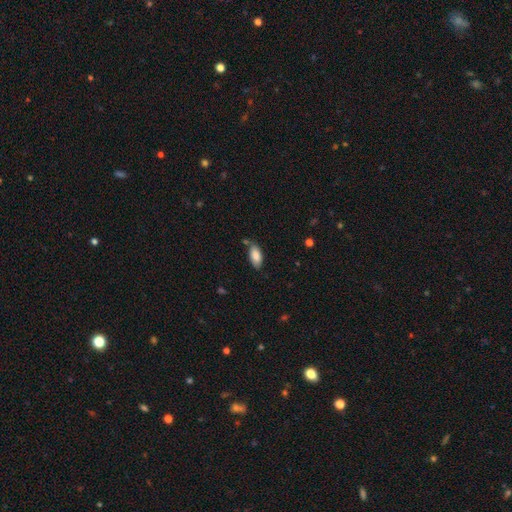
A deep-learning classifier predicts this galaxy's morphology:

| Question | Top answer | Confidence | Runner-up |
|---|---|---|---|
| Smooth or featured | smooth | 86% | featured or disk (7%) |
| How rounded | in between | 90% | cigar-shaped (8%) |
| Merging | none | 72% | minor disturbance (19%) |